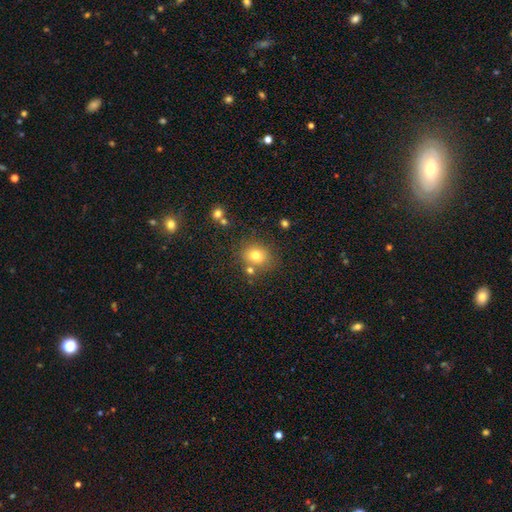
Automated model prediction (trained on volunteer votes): Smooth or featured? Predicted: smooth (p=0.77). How rounded? Predicted: round (p=0.73). Merging? Predicted: none (p=0.72).